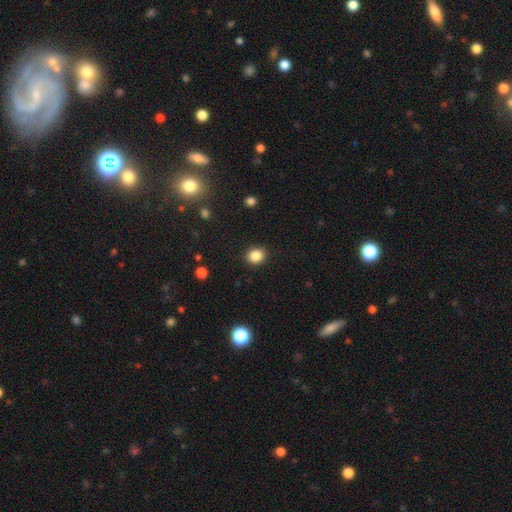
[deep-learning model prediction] Smooth or featured: smooth — 86% (star or artifact — 11%)
How rounded: round — 81% (in between — 18%)
Merging: none — 90% (minor disturbance — 7%)